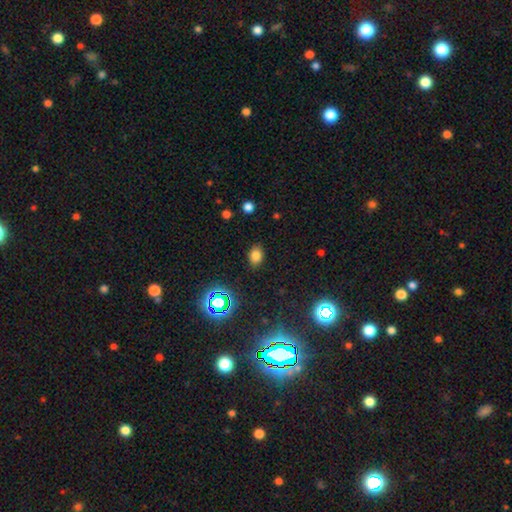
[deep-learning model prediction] This is likely a smooth galaxy (76%). How rounded: likely in between (76%). Merging: clearly none (86%).